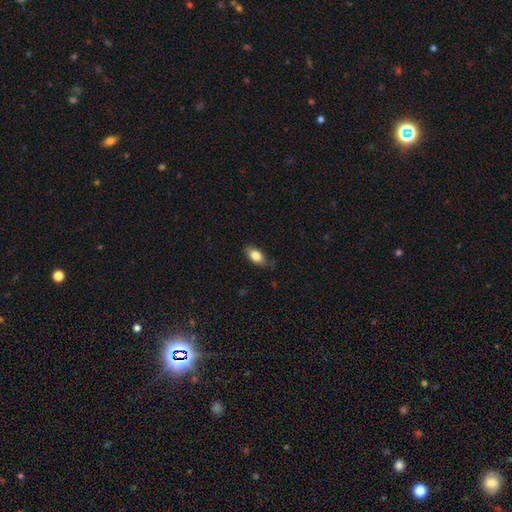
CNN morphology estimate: This is clearly a smooth galaxy (82%). How rounded: clearly in between (88%). Merging: likely none (75%).